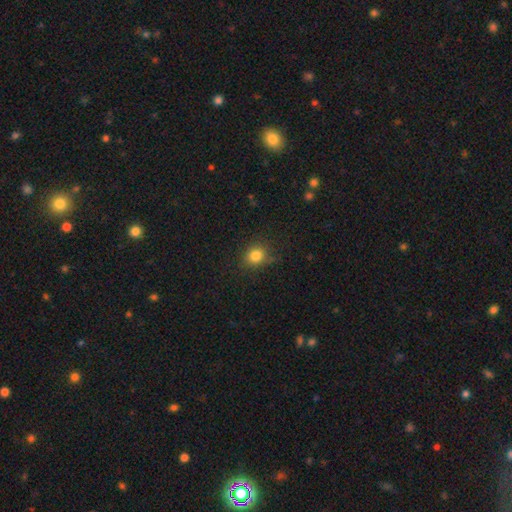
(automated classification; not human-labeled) A smooth galaxy with no disk features (82%) that is round (76%). Merging: none (78%).